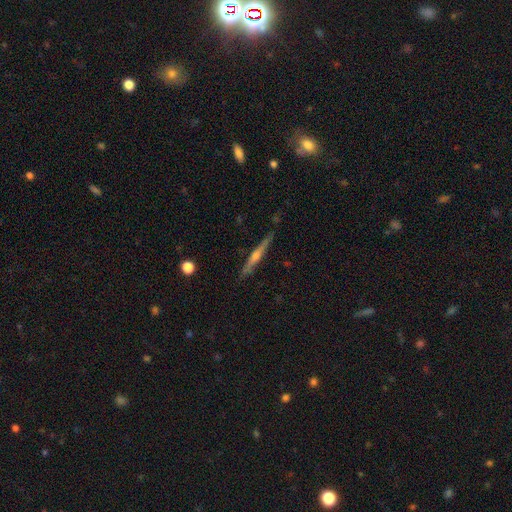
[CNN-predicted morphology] This is likely a featured or disk galaxy (76%). It is clearly viewed edge-on (98%). Edge-on bulge: clearly rounded (82%). Merging: clearly none (88%).